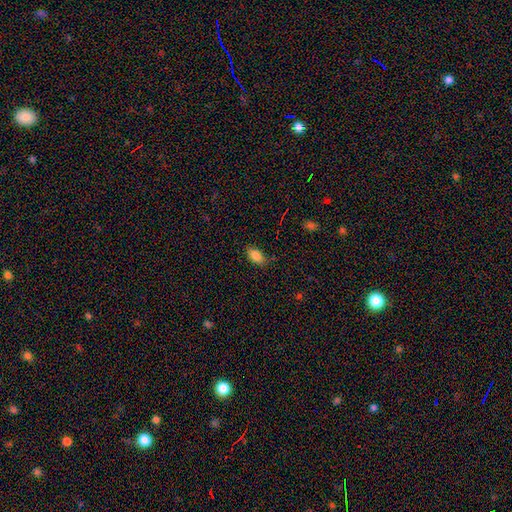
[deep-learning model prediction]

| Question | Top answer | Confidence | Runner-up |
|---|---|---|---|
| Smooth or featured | smooth | 85% | star or artifact (9%) |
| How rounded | in between | 90% | round (7%) |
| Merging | none | 82% | minor disturbance (14%) |